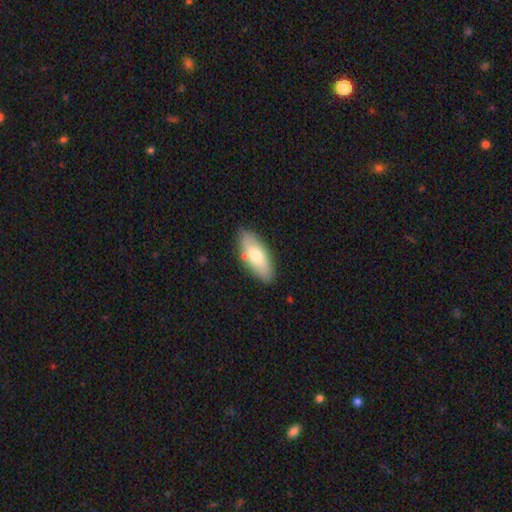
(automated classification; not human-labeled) Smooth or featured? Predicted: smooth (p=0.72). How rounded? Predicted: in between (p=0.79). Merging? Predicted: none (p=0.84).